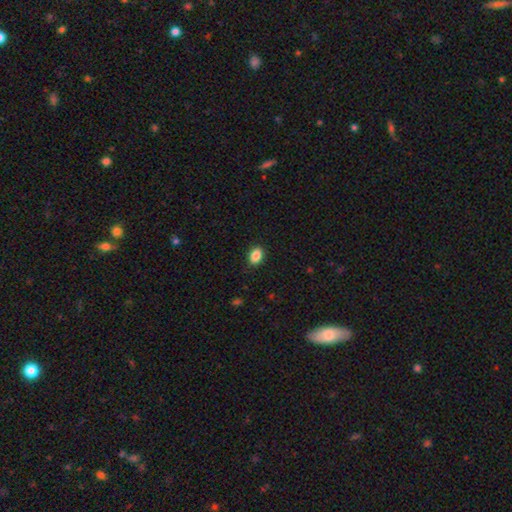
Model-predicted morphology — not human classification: Smooth or featured? Predicted: smooth (p=0.88). How rounded? Predicted: in between (p=0.81). Merging? Predicted: none (p=0.88).